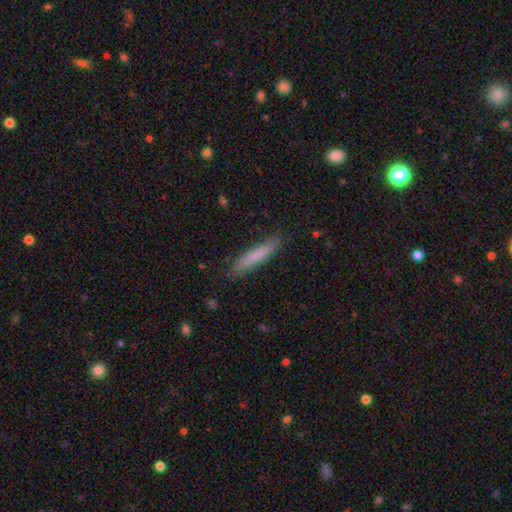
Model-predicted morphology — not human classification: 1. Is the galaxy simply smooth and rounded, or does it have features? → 77% smooth, 17% featured or disk, 6% star or artifact.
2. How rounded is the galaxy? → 92% cigar-shaped, 6% in between, 1% round.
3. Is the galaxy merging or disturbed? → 86% none, 11% minor disturbance, 2% major disturbance, 1% merger.